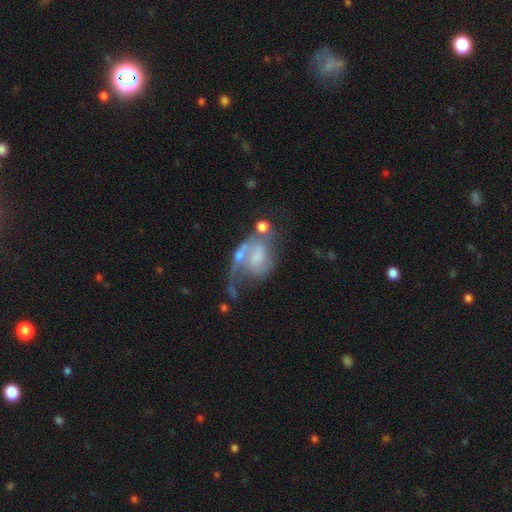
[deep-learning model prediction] Smooth or featured? Predicted: featured or disk (p=0.72). Edge-on disk? Predicted: no (p=0.97). Bar? Predicted: no (p=0.57). Spiral arms? Predicted: yes (p=0.80). Spiral winding? Predicted: loose (p=0.48). Spiral arm count? Predicted: 2 (p=0.44). Bulge size? Predicted: none (p=0.34). Merging? Predicted: major disturbance (p=0.37).